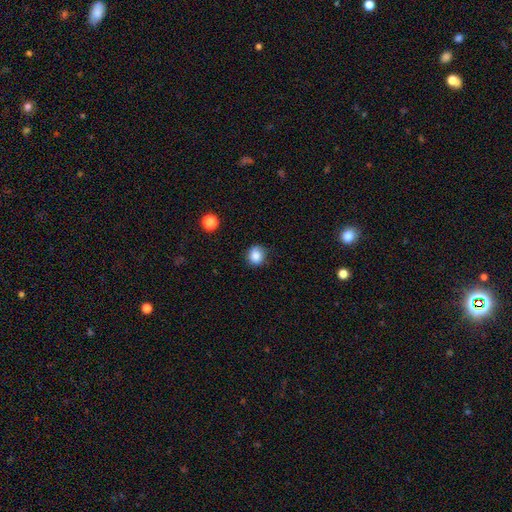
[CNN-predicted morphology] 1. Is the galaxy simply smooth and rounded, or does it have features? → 84% smooth, 11% star or artifact, 5% featured or disk.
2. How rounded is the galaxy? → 80% round, 19% in between, 1% cigar-shaped.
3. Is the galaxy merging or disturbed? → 82% none, 14% minor disturbance, 3% major disturbance, 1% merger.